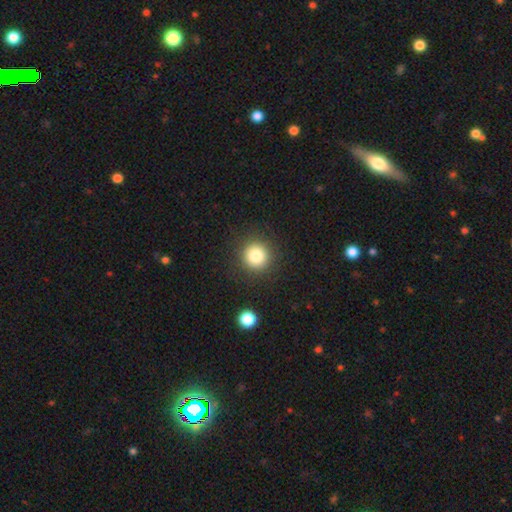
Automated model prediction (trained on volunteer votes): This is clearly a smooth galaxy (82%). How rounded: clearly round (95%). Merging: clearly none (90%).